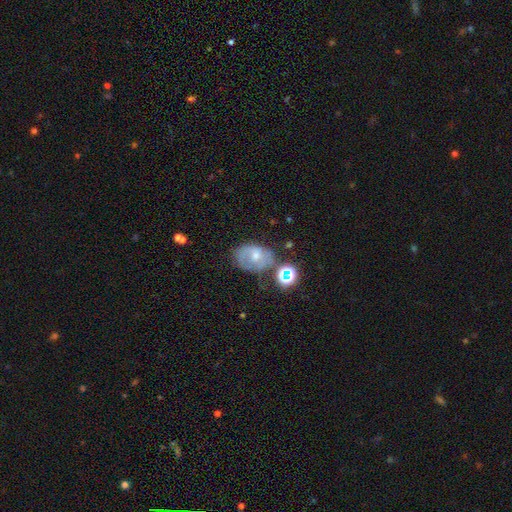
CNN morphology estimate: smooth-or-featured: featured or disk: 46% | smooth: 40% | star or artifact: 14%
  merging: none: 48% | minor disturbance: 28% | major disturbance: 15% | merger: 9%